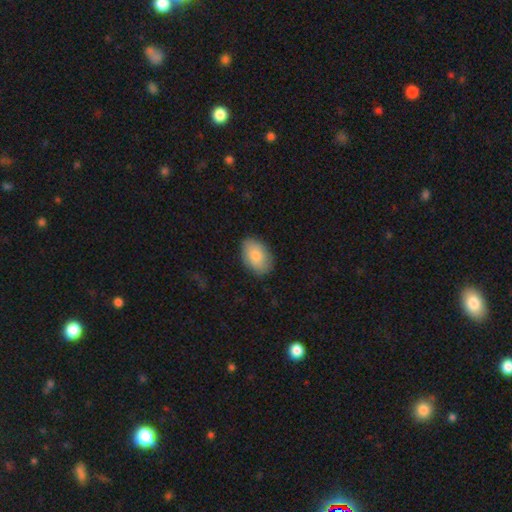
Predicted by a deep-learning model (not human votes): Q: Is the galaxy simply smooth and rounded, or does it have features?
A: smooth — 85%.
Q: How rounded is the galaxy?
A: in between — 90%.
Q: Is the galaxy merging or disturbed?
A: none — 84%.